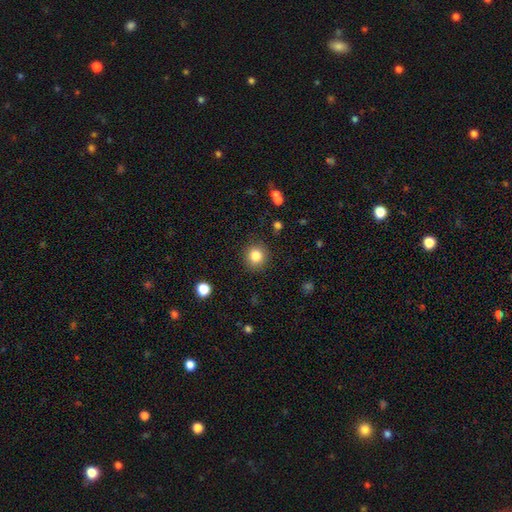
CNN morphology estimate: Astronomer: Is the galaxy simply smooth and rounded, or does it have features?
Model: smooth — 83%.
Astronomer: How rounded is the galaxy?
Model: round — 91%.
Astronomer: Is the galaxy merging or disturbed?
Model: none — 89%.